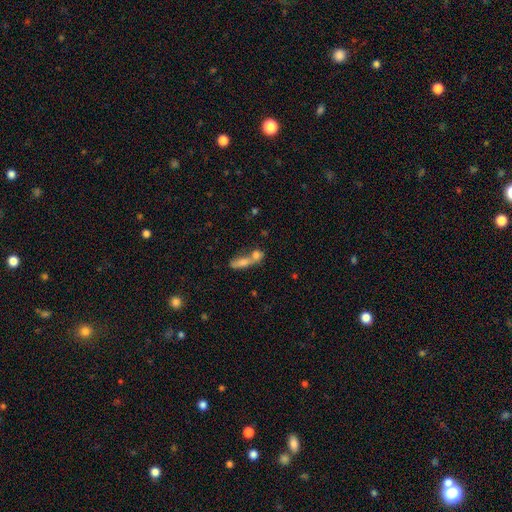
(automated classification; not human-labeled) This is likely a smooth galaxy (71%). How rounded: possibly in between (50%). Merging: likely merger (65%).